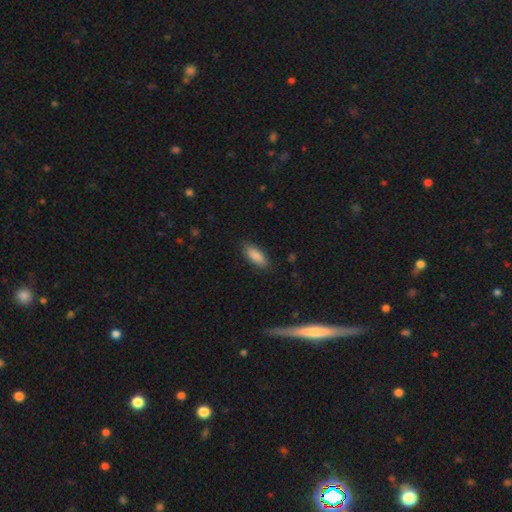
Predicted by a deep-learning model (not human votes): smooth_or_featured: smooth (p=0.88) [alt: star or artifact p=0.06]
how_rounded: in between (p=0.78) [alt: cigar-shaped p=0.20]
merging: none (p=0.86) [alt: minor disturbance p=0.10]